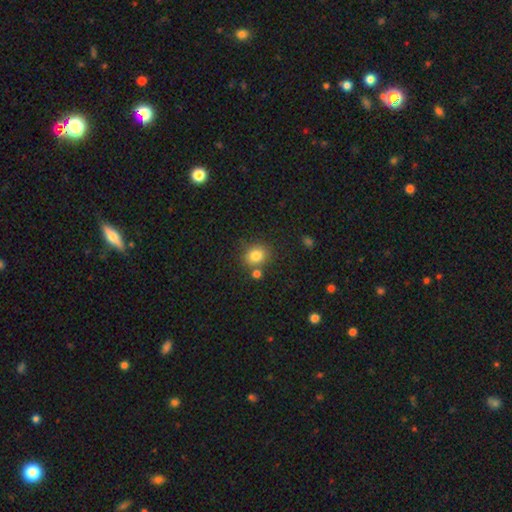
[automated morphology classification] smooth 82%, star or artifact 11%, featured or disk 7%. Down the decision tree: how rounded — round (70%); merging — none (74%).